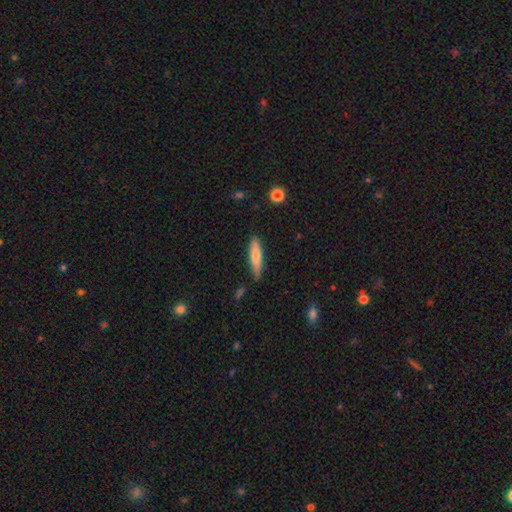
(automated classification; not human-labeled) This is likely a smooth galaxy (75%). How rounded: likely cigar-shaped (77%). Merging: likely none (78%).